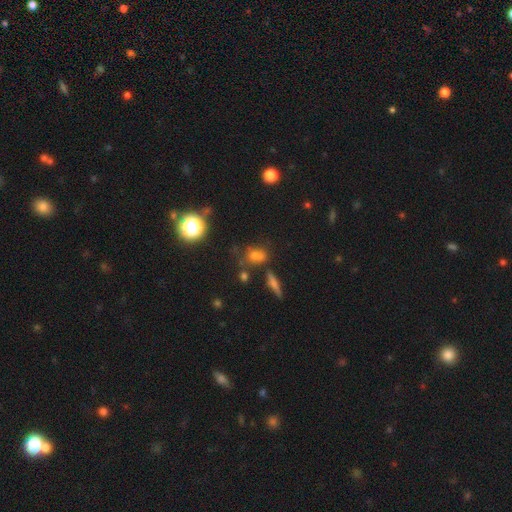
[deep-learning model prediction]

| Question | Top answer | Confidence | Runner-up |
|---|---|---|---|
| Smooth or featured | smooth | 59% | star or artifact (27%) |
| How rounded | in between | 59% | round (34%) |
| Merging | none | 58% | minor disturbance (20%) |